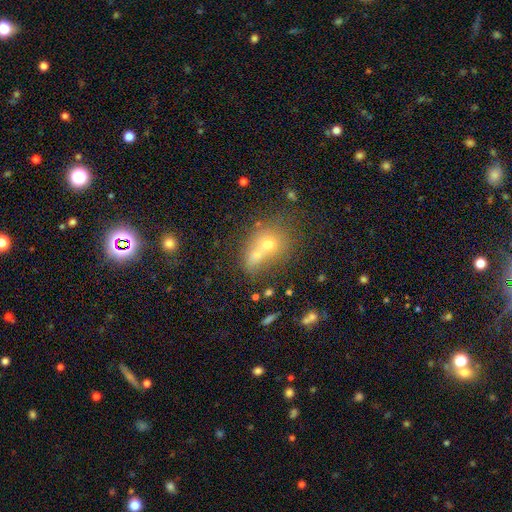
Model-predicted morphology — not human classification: smooth-or-featured: smooth: 65% | featured or disk: 19% | star or artifact: 16%
  how-rounded: round: 52% | in between: 45% | cigar-shaped: 3%
  merging: merger: 56% | none: 29% | minor disturbance: 9% | major disturbance: 6%